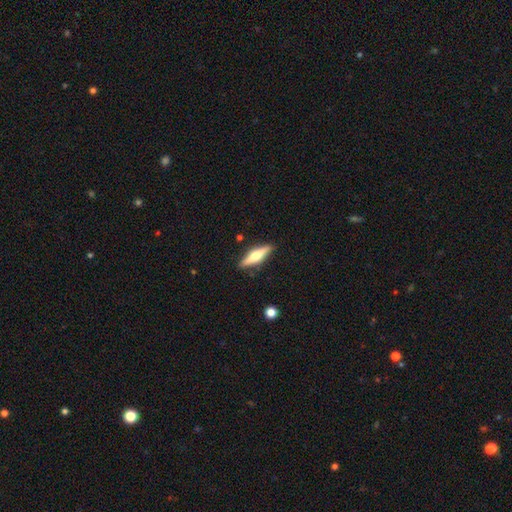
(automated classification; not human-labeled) The model was most divided on "smooth or featured": featured or disk: 58%, smooth: 37%, star or artifact: 6%. More confident: edge-on disk — yes (96%); edge-on bulge — rounded (92%); merging — none (88%).